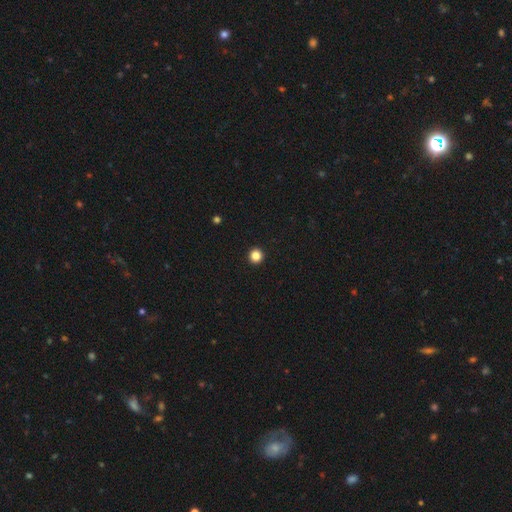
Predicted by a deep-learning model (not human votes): smooth 85%, star or artifact 11%, featured or disk 3%. Down the decision tree: how rounded — round (96%); merging — none (95%).